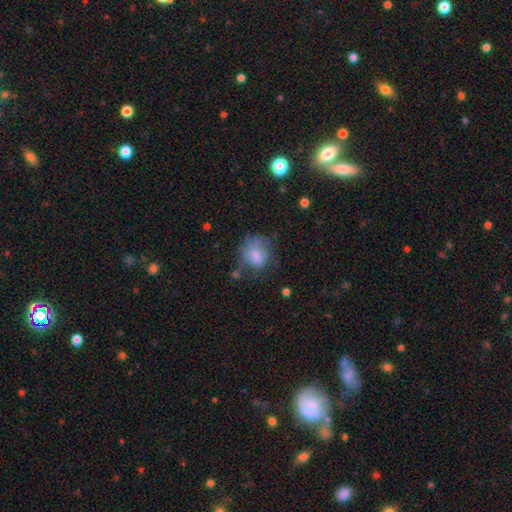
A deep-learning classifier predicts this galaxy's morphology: Q: Smooth or featured?
A: smooth (68%); runner-up: featured or disk (22%)
Q: How rounded?
A: round (52%); runner-up: in between (46%)
Q: Merging?
A: none (43%); runner-up: minor disturbance (29%)